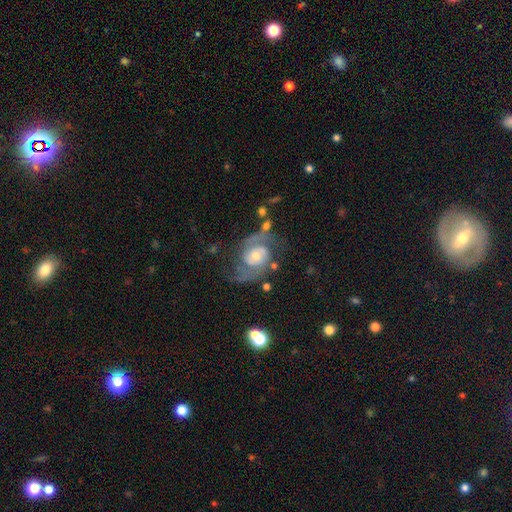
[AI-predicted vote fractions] smooth_or_featured: featured or disk (p=0.86) [alt: smooth p=0.08]
disk_edge_on: no (p=0.97) [alt: yes p=0.03]
bar: no (p=0.67) [alt: weak p=0.27]
has_spiral_arms: yes (p=0.95) [alt: no p=0.05]
spiral_winding: medium (p=0.51) [alt: loose p=0.29]
spiral_arm_count: 2 (p=0.89) [alt: can't tell p=0.04]
bulge_size: moderate (p=0.55) [alt: small p=0.37]
merging: none (p=0.63) [alt: minor disturbance p=0.18]